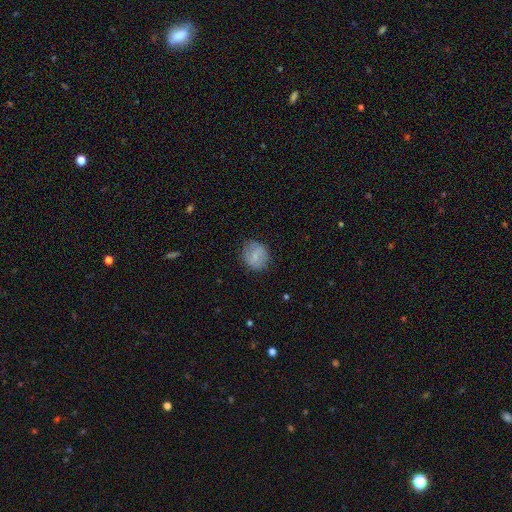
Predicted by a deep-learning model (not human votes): Overall: smooth (67%). How rounded: round (73%). Merging: none (81%).